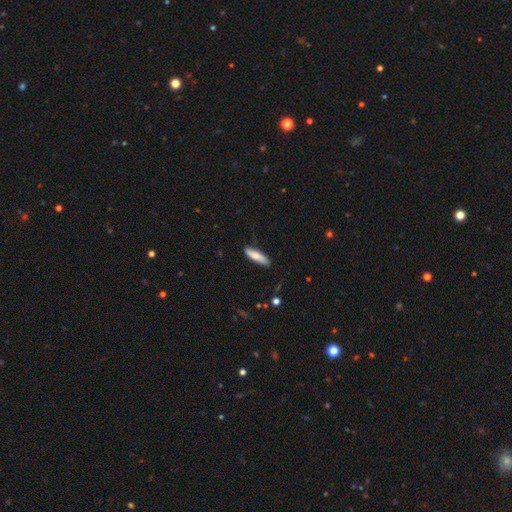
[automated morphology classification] Smooth or featured?
  - smooth: 75% *
  - featured or disk: 19%
  - star or artifact: 6%
How rounded?
  - cigar-shaped: 69% *
  - in between: 30%
  - round: 2%
Merging?
  - none: 83% *
  - minor disturbance: 14%
  - major disturbance: 2%
  - merger: 1%